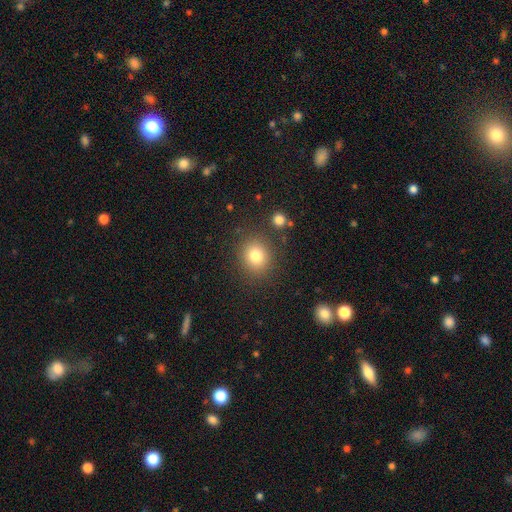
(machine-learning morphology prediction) A smooth galaxy with no disk features (79%) that is round (78%).

Vote fractions:
- Smooth or featured? smooth: 79% / star or artifact: 12% / featured or disk: 8%
- How rounded? round: 78% / in between: 21% / cigar-shaped: 1%
- Merging? none: 85% / minor disturbance: 9% / major disturbance: 4% / merger: 3%